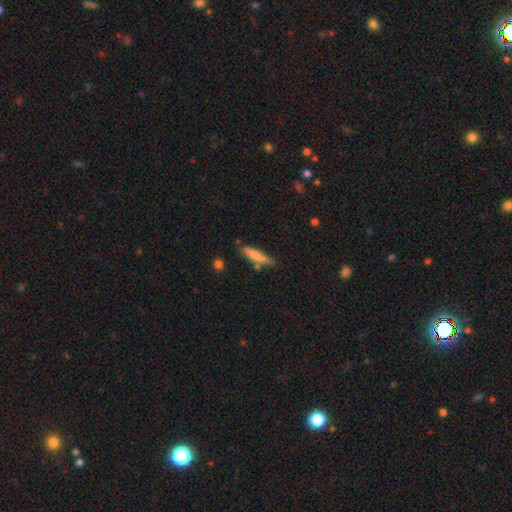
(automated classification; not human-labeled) Smooth or featured? smooth (76%)
How rounded? cigar-shaped (81%)
Merging? none (71%)